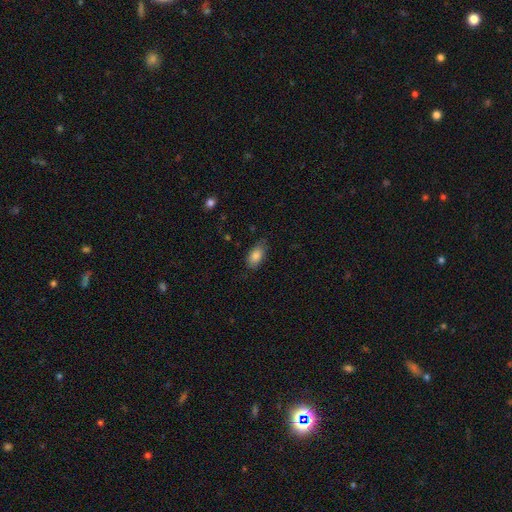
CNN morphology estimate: A smooth galaxy with no disk features (85%) that is in between round and cigar-shaped (91%).

Vote fractions:
- Smooth or featured? smooth: 85% / featured or disk: 8% / star or artifact: 7%
- How rounded? in between: 91% / cigar-shaped: 5% / round: 4%
- Merging? none: 75% / minor disturbance: 20% / major disturbance: 4% / merger: 1%